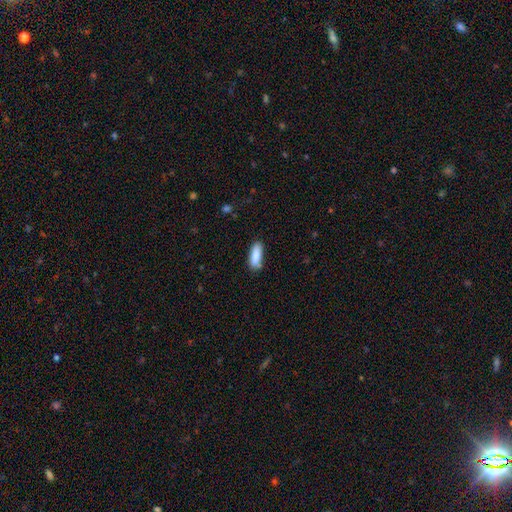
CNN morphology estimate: smooth-or-featured: smooth: 86% | featured or disk: 7% | star or artifact: 6%
  how-rounded: in between: 57% | cigar-shaped: 41% | round: 2%
  merging: none: 76% | minor disturbance: 17% | major disturbance: 3% | merger: 3%